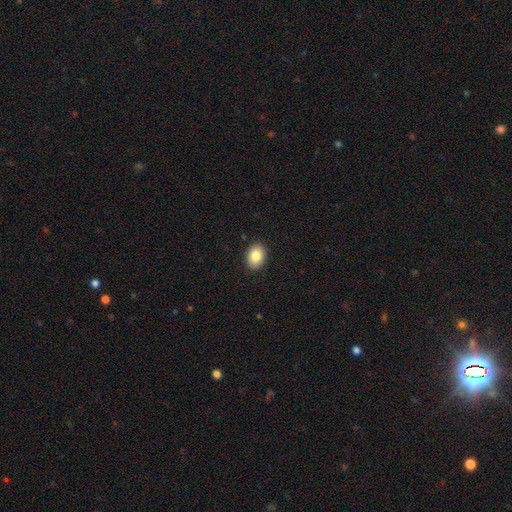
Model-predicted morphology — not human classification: Overall: smooth (85%). How rounded: in between (76%). Merging: none (90%).